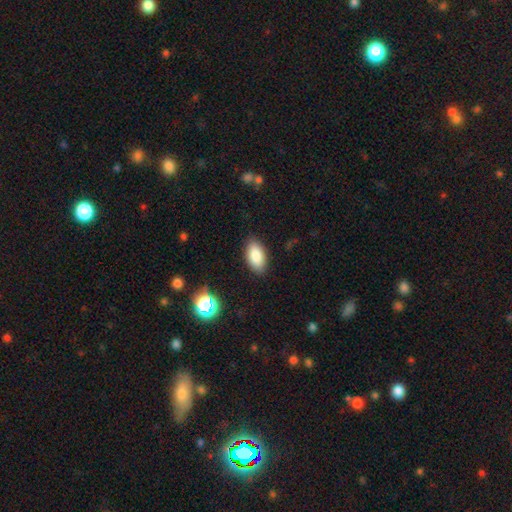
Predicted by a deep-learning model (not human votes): smooth-or-featured: smooth: 85% | star or artifact: 8% | featured or disk: 7%
  how-rounded: in between: 94% | round: 3% | cigar-shaped: 3%
  merging: none: 87% | minor disturbance: 9% | major disturbance: 2% | merger: 1%